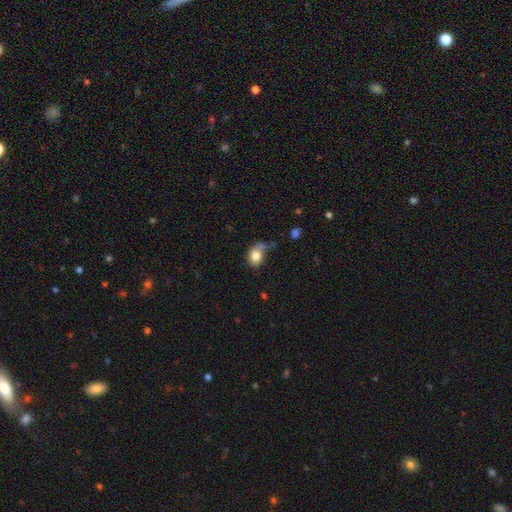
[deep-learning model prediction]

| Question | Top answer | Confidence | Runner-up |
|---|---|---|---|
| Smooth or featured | smooth | 79% | featured or disk (11%) |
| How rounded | round | 50% | in between (49%) |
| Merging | none | 42% | minor disturbance (26%) |